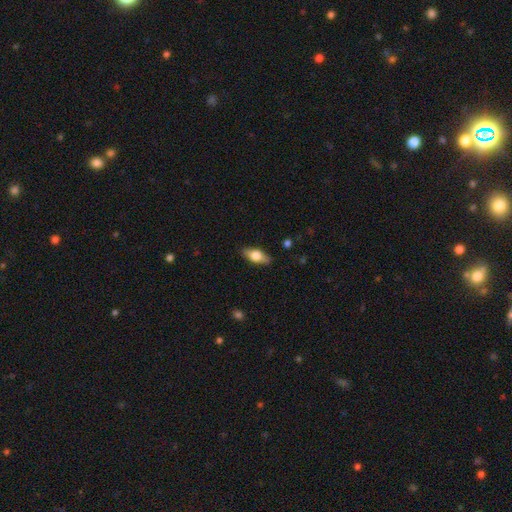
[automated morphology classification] Q: Smooth or featured?
A: smooth (63%); runner-up: featured or disk (30%)
Q: How rounded?
A: in between (79%); runner-up: cigar-shaped (17%)
Q: Merging?
A: none (87%); runner-up: minor disturbance (10%)